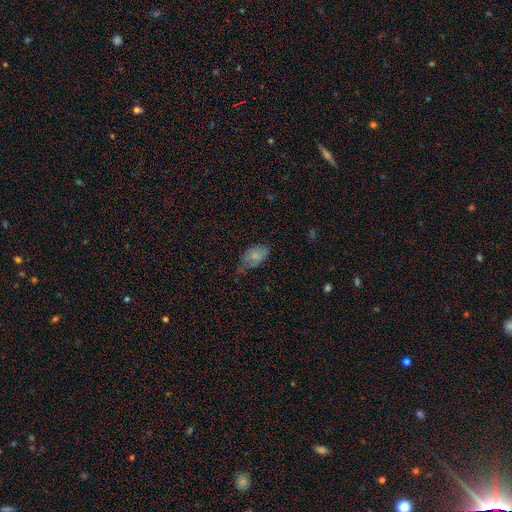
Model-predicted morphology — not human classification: This appears to be a smooth galaxy with no disk features (71%) that is in between round and cigar-shaped (93%). Merging: minor disturbance (40%).